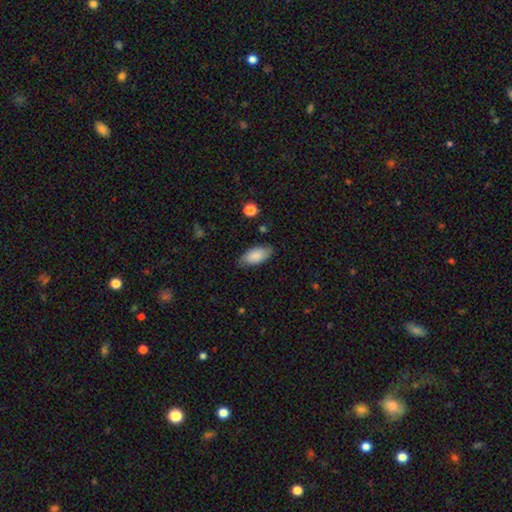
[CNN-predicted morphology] smooth 84%, featured or disk 9%, star or artifact 6%. Down the decision tree: how rounded — in between (93%); merging — none (79%).